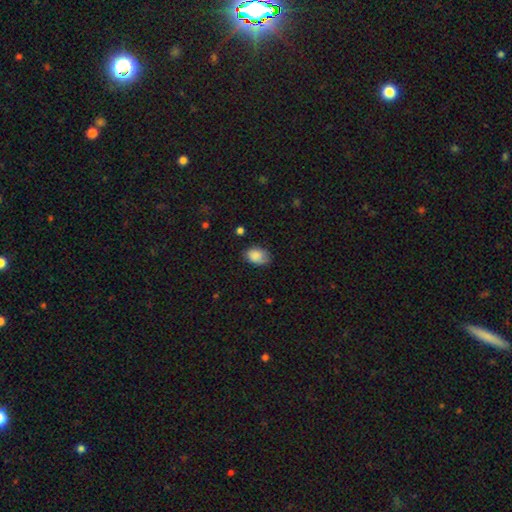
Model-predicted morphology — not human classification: smooth 85%, star or artifact 8%, featured or disk 7%. Down the decision tree: how rounded — in between (82%); merging — none (68%).